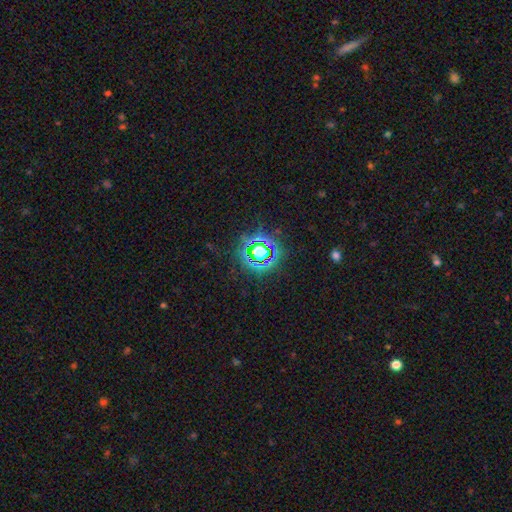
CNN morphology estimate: Overall: star or artifact (71%).